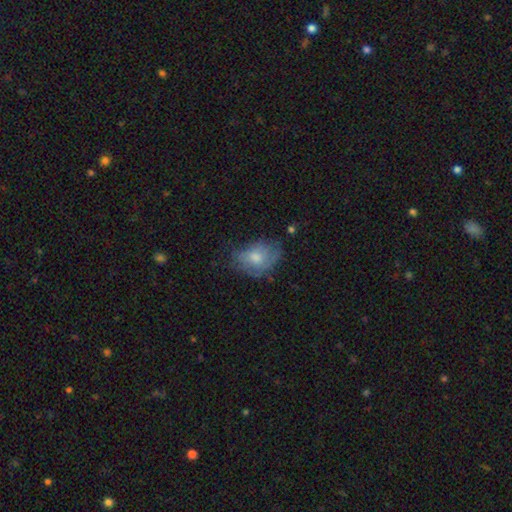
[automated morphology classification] Smooth or featured? Predicted: smooth (p=0.51). How rounded? Predicted: in between (p=0.68). Merging? Predicted: none (p=0.53).